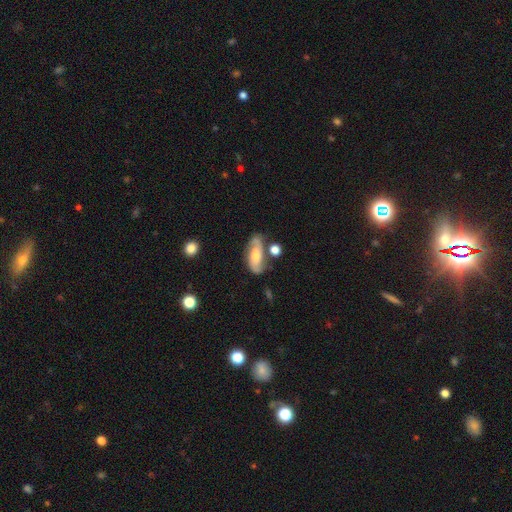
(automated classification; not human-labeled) featured or disk 59%, smooth 34%, star or artifact 7%. Down the decision tree: edge-on disk — no (90%); bar — no (60%); spiral arms — yes (86%); bulge size — moderate (52%); merging — none (59%).